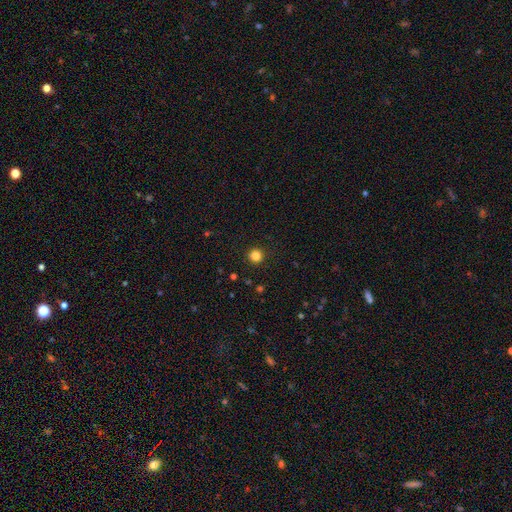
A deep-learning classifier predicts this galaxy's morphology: Smooth or featured? Predicted: smooth (p=0.84). How rounded? Predicted: round (p=0.93). Merging? Predicted: none (p=0.91).